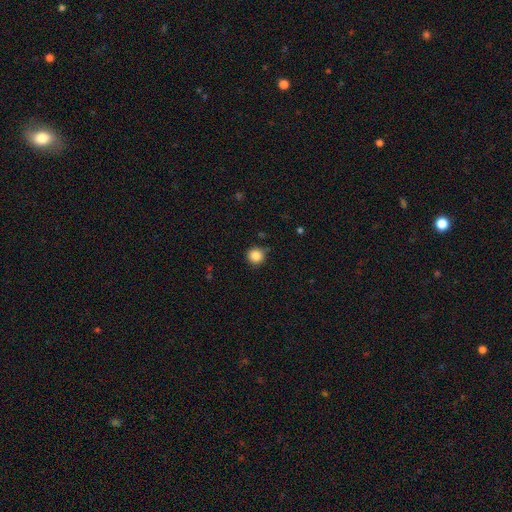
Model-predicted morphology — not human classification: Smooth or featured? smooth (85%)
How rounded? round (94%)
Merging? none (83%)